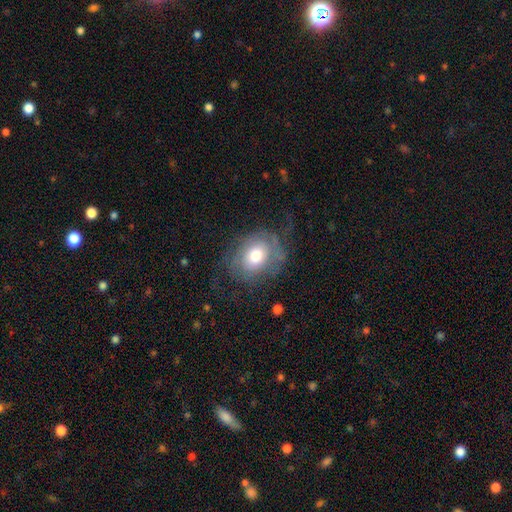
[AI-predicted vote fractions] smooth_or_featured: smooth (p=0.52) [alt: featured or disk p=0.39]
how_rounded: round (p=0.51) [alt: in between p=0.48]
merging: none (p=0.53) [alt: major disturbance p=0.24]